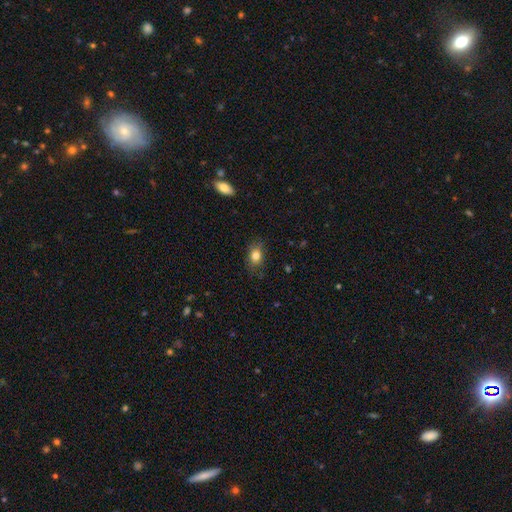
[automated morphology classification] smooth 81%, star or artifact 10%, featured or disk 9%. Down the decision tree: how rounded — in between (72%); merging — none (81%).